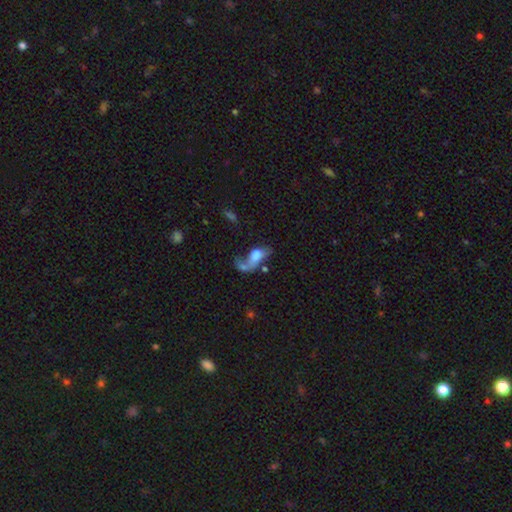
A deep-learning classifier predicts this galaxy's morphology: smooth_or_featured: smooth (p=0.50) [alt: featured or disk p=0.39]
how_rounded: in between (p=0.82) [alt: round p=0.09]
merging: major disturbance (p=0.40) [alt: merger p=0.29]